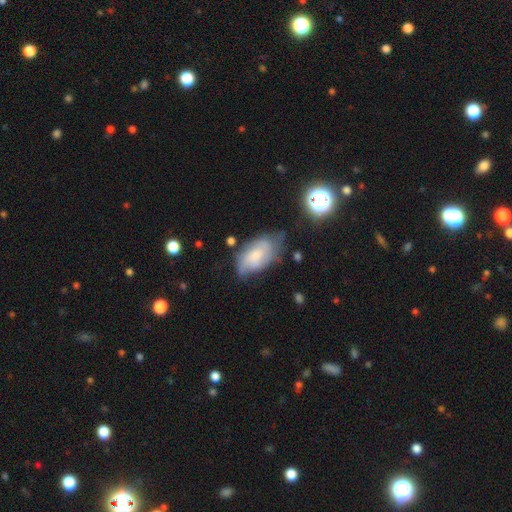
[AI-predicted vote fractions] Morphology: type=smooth (47%); merging=none (47%).